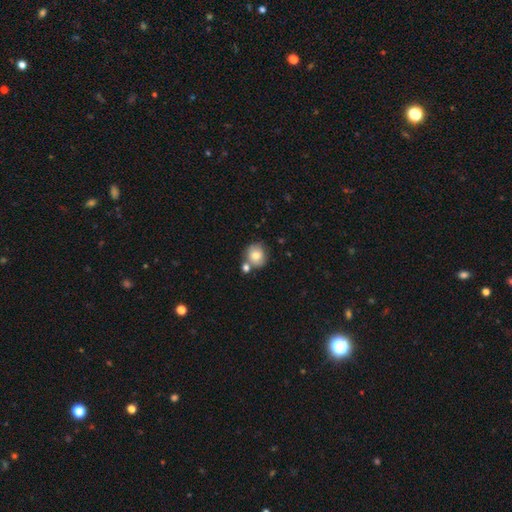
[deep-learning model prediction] Morphology: type=smooth (78%); roundness=round (79%); merging=none (59%).